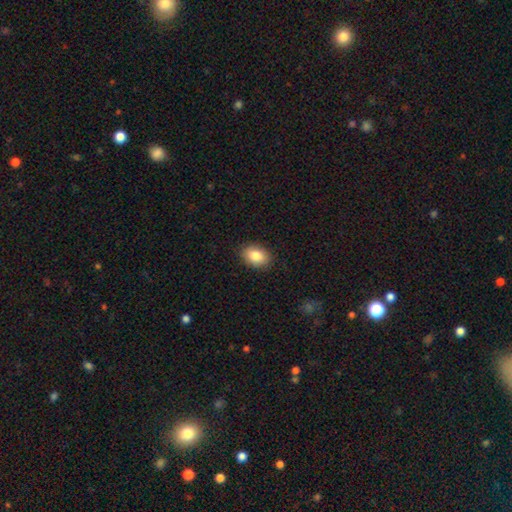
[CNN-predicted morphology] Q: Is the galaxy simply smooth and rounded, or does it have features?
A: smooth — 85%.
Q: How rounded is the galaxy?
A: in between — 77%.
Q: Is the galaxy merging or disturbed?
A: none — 88%.